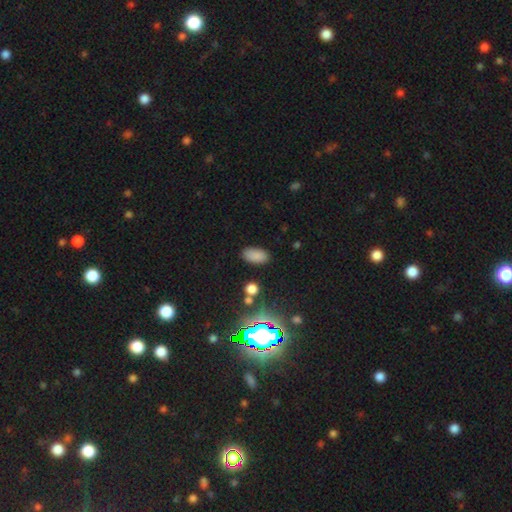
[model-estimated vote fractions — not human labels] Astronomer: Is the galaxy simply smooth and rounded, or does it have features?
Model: smooth — 81%.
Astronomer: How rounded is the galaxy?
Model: in between — 93%.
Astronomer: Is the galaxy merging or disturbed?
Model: none — 86%.